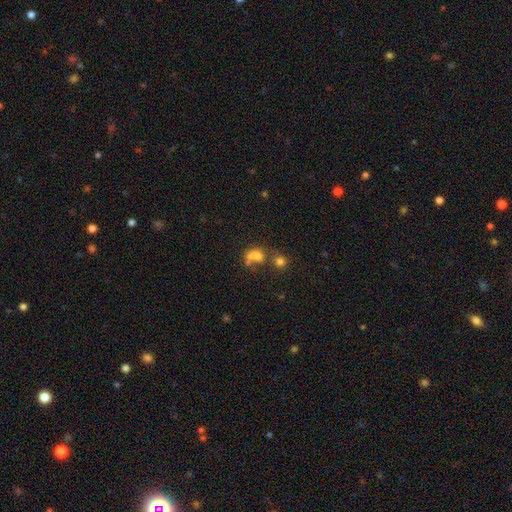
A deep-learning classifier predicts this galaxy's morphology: Smooth or featured? smooth (63%)
How rounded? round (55%)
Merging? merger (57%)